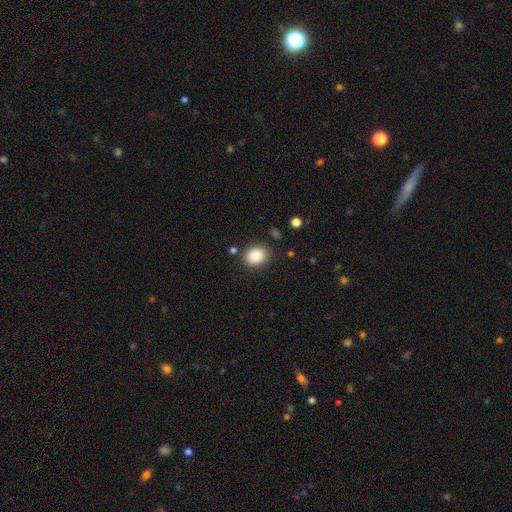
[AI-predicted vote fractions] Smooth or featured: smooth — 88% (star or artifact — 8%)
How rounded: in between — 54% (round — 45%)
Merging: none — 84% (minor disturbance — 10%)